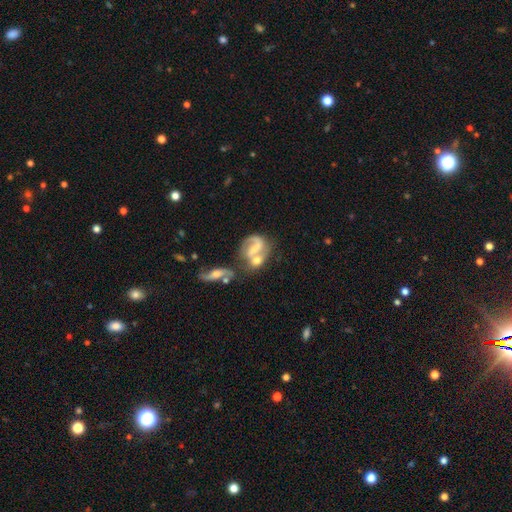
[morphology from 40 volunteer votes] Q: Smooth or featured?
A: featured or disk (72%); runner-up: smooth (22%)
Q: Edge-on disk?
A: no (100%)
Q: Bar?
A: no (38%); runner-up: strong (31%)
Q: Spiral arms?
A: yes (79%); runner-up: no (21%)
Q: Spiral winding?
A: medium (65%); runner-up: loose (22%)
Q: Spiral arm count?
A: 2 (87%); runner-up: 1 (9%)
Q: Bulge size?
A: small (45%); runner-up: none (31%)
Q: Merging?
A: merger (37%); runner-up: none (34%)